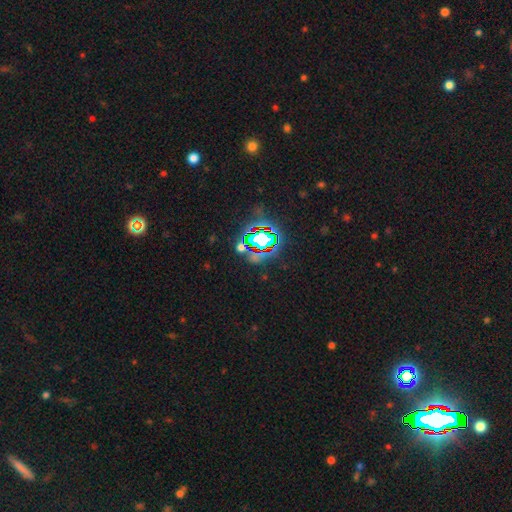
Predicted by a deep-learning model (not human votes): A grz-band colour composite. It shows a star or artifact, not a galaxy (68%).